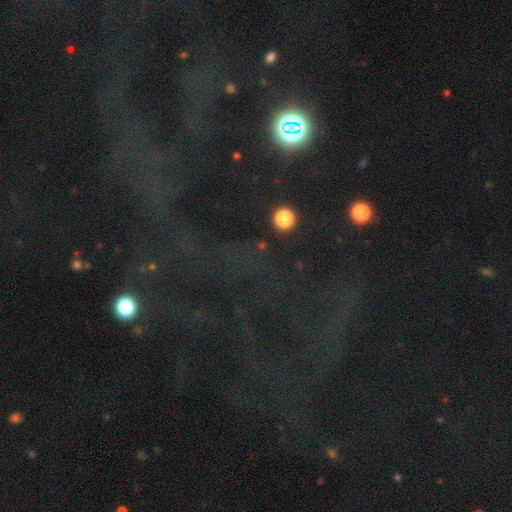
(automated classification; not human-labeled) Q: Smooth or featured?
A: star or artifact (72%); runner-up: featured or disk (14%)